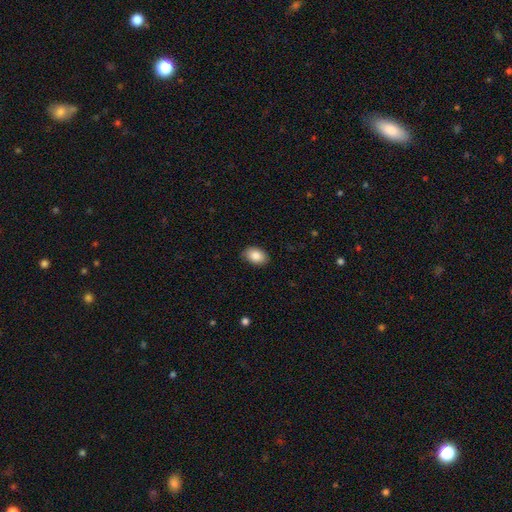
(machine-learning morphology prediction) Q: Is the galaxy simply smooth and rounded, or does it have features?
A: smooth — 87%.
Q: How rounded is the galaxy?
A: in between — 85%.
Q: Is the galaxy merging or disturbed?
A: none — 87%.